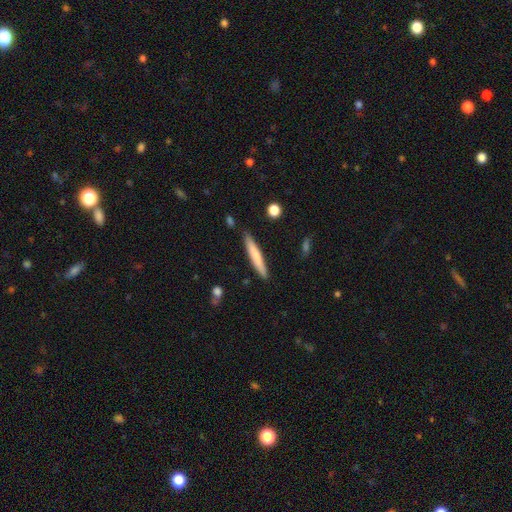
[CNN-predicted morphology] A smooth galaxy with no disk features (71%) that is cigar-shaped (94%).

Vote fractions:
- Smooth or featured? smooth: 71% / featured or disk: 23% / star or artifact: 6%
- How rounded? cigar-shaped: 94% / in between: 5% / round: 1%
- Merging? none: 87% / minor disturbance: 9% / merger: 2% / major disturbance: 2%